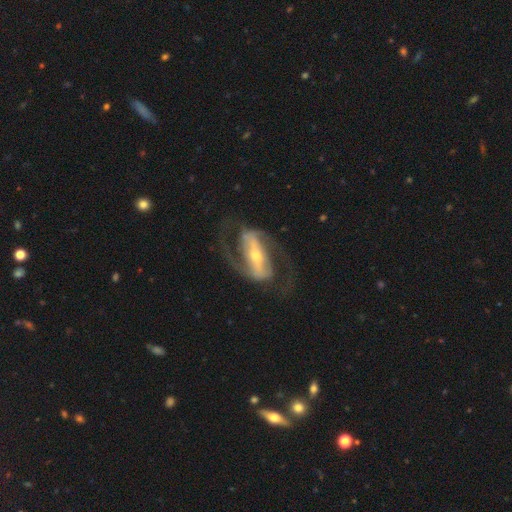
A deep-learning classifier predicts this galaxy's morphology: Q: Smooth or featured?
A: featured or disk (89%); runner-up: smooth (7%)
Q: Edge-on disk?
A: no (94%); runner-up: yes (6%)
Q: Bar?
A: strong (71%); runner-up: weak (19%)
Q: Spiral arms?
A: yes (91%); runner-up: no (9%)
Q: Spiral winding?
A: medium (54%); runner-up: loose (27%)
Q: Spiral arm count?
A: 2 (91%); runner-up: can't tell (4%)
Q: Bulge size?
A: small (55%); runner-up: moderate (40%)
Q: Merging?
A: none (72%); runner-up: major disturbance (14%)